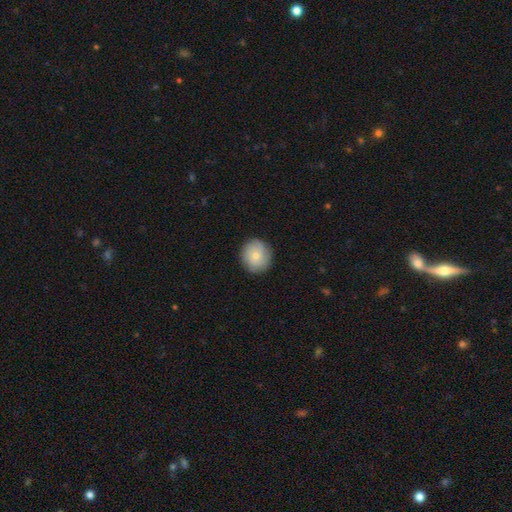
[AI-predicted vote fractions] Smooth or featured? smooth (72%)
How rounded? round (85%)
Merging? none (87%)